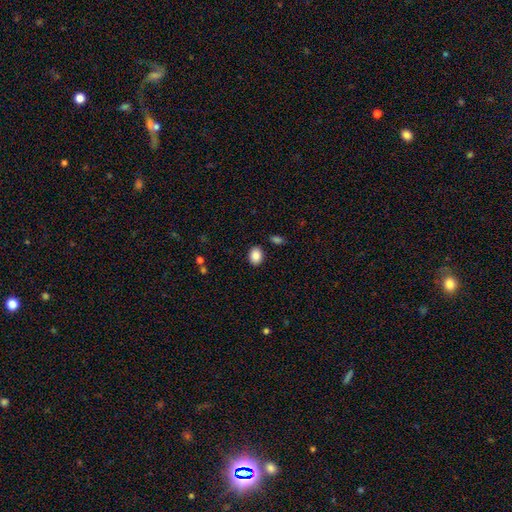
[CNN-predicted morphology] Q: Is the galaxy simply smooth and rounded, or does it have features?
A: smooth — 87%.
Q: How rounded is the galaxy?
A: in between — 67%.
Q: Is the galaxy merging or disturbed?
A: none — 87%.